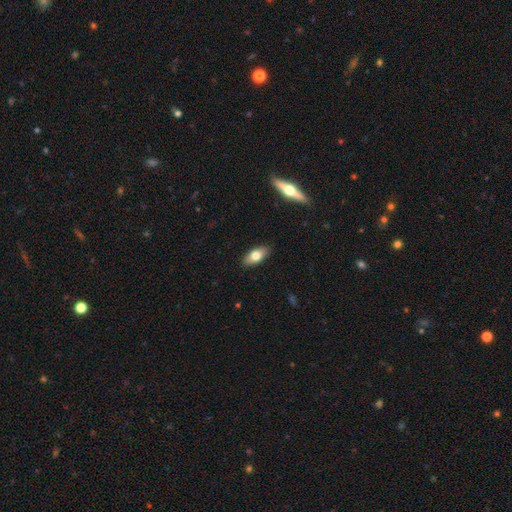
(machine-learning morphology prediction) A smooth galaxy with no disk features (70%) that is in between round and cigar-shaped (82%). Merging: none (89%).